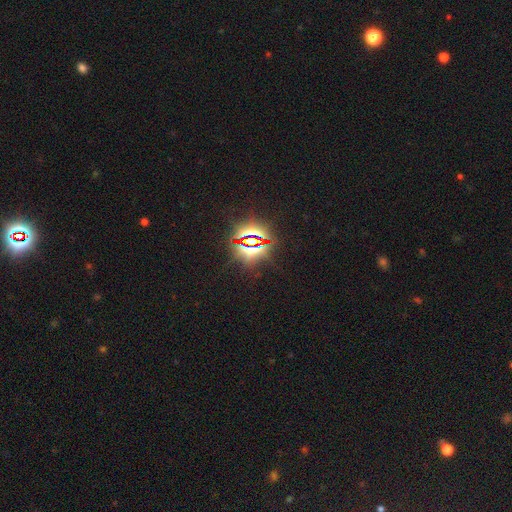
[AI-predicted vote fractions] Q: Smooth or featured?
A: star or artifact (84%); runner-up: smooth (10%)